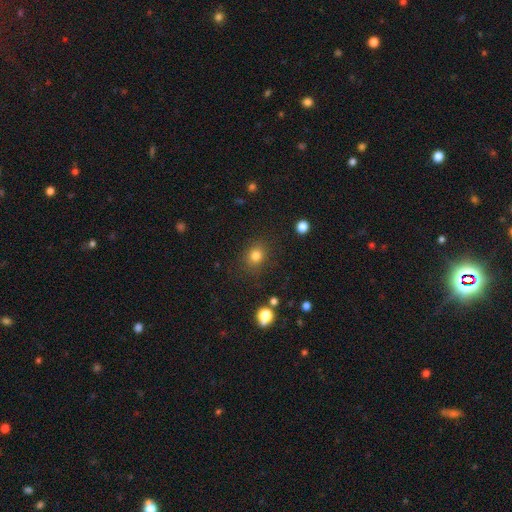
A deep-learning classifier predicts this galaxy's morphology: Smooth or featured: smooth — 80% (star or artifact — 13%)
How rounded: round — 71% (in between — 28%)
Merging: none — 84% (minor disturbance — 10%)